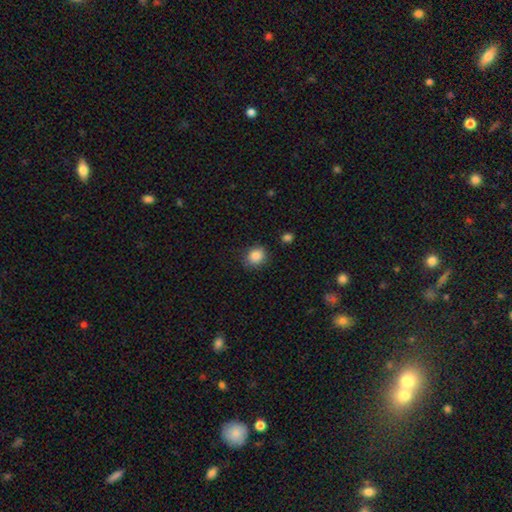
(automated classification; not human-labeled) Overall: smooth (86%). How rounded: round (69%; in between 30%). Merging: none (81%).